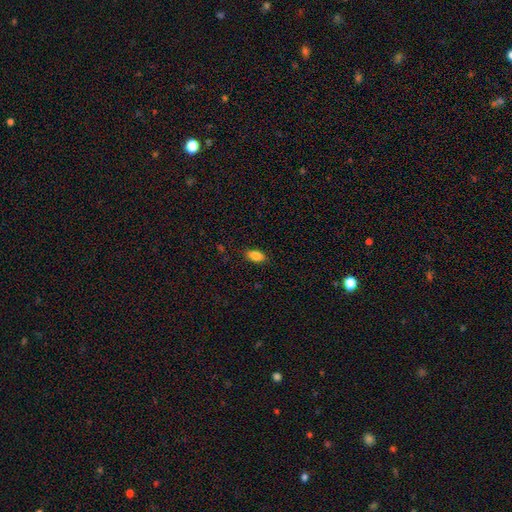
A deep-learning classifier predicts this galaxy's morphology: Overall: smooth (85%). How rounded: in between (89%). Merging: none (86%).